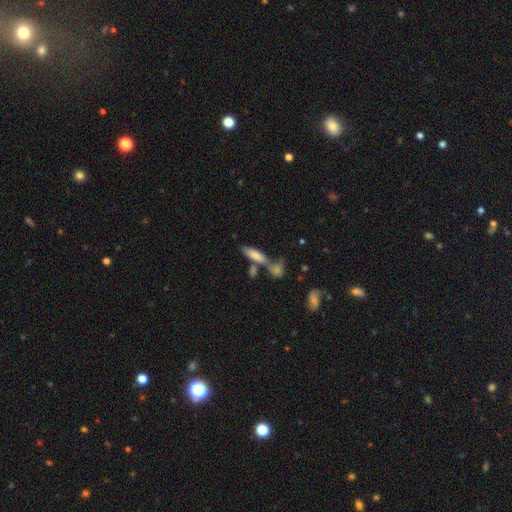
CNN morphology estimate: Overall: smooth (75%). How rounded: cigar-shaped (55%; in between 42%). Merging: none (48%; merger 35%).